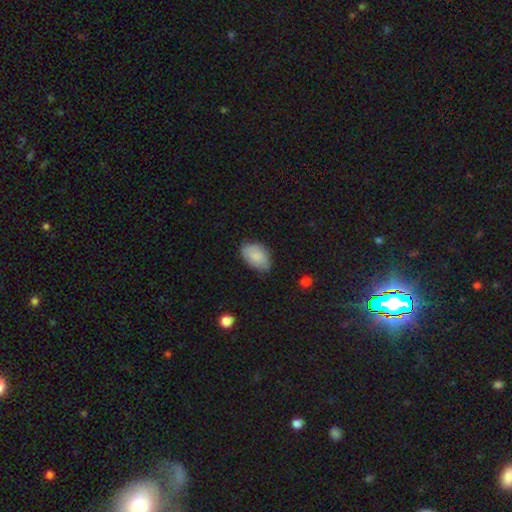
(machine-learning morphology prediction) Q: Smooth or featured?
A: smooth (84%); runner-up: featured or disk (10%)
Q: How rounded?
A: in between (92%); runner-up: round (6%)
Q: Merging?
A: none (75%); runner-up: minor disturbance (21%)